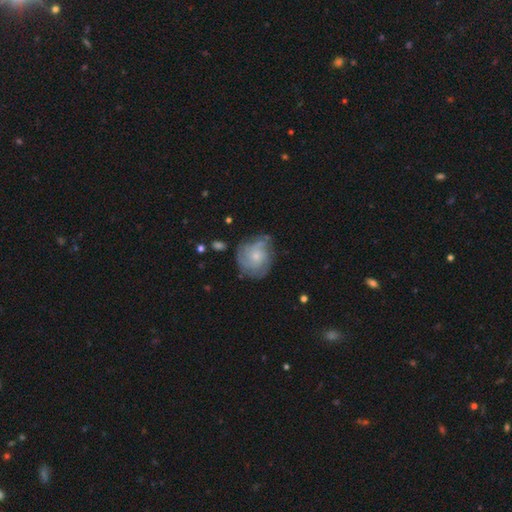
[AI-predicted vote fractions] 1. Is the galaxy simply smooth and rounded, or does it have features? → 76% featured or disk, 17% smooth, 7% star or artifact.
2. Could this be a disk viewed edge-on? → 98% no, 2% yes.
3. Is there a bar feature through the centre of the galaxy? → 78% no, 19% weak, 2% strong.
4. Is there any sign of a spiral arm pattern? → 94% yes, 6% no.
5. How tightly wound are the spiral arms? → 58% tight, 32% medium, 10% loose.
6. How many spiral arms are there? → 29% can't tell, 25% 4, 23% 3, 10% 2, 7% more than 4, 6% 1.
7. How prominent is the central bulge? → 68% small, 26% moderate, 4% none, 2% large, 1% dominant.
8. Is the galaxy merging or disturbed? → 68% none, 21% minor disturbance, 9% major disturbance, 2% merger.